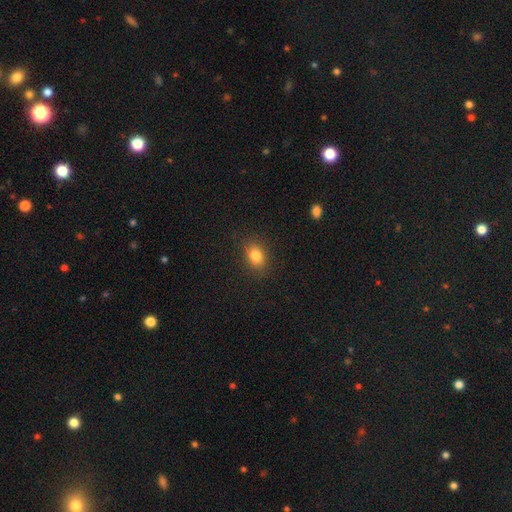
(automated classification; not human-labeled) Smooth or featured? smooth (80%)
How rounded? in between (65%)
Merging? none (85%)